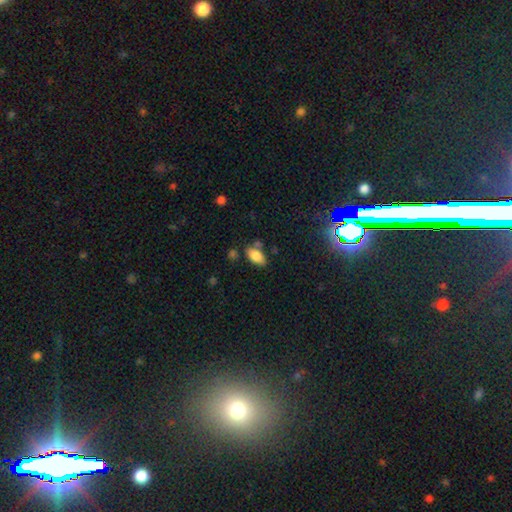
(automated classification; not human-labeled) Overall: smooth (83%). How rounded: in between (91%). Merging: none (71%).